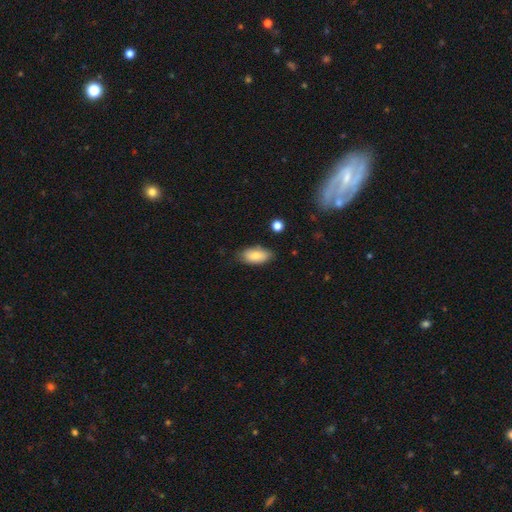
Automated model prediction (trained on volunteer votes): A smooth galaxy with no disk features (82%) that is in between round and cigar-shaped (92%). Merging: none (76%).